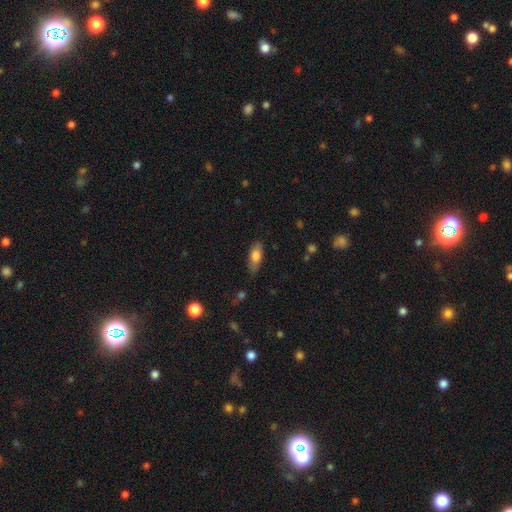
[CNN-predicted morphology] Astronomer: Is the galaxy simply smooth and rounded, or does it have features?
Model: smooth — 76%.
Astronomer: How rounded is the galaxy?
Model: in between — 74%.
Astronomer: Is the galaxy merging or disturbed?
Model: none — 76%.